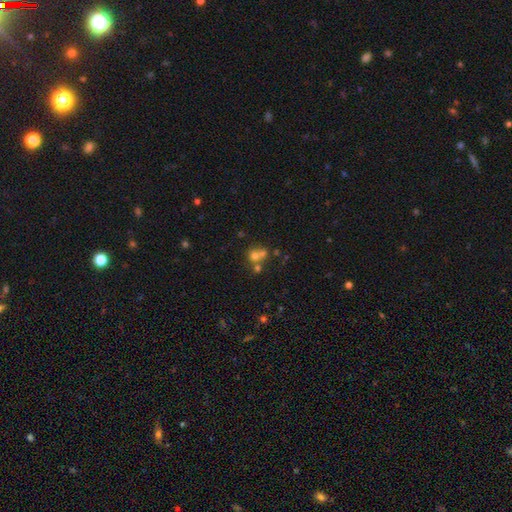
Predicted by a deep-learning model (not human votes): The model was most divided on "merging": merger: 50%, none: 39%, minor disturbance: 7%, major disturbance: 4%. More confident: how rounded — round (83%); smooth or featured — smooth (61%).